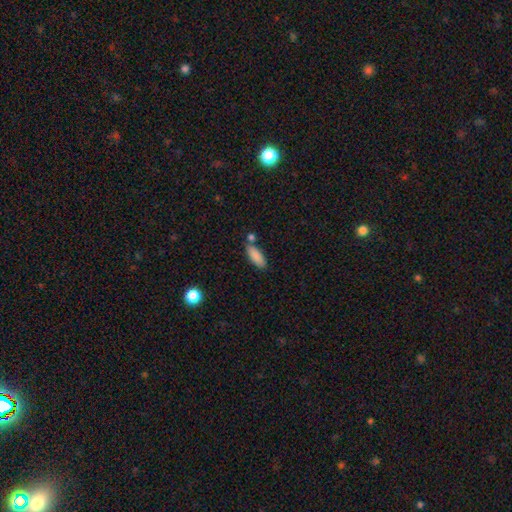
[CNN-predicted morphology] A smooth galaxy with no disk features (87%) that is in between round and cigar-shaped (72%).

Vote fractions:
- Smooth or featured? smooth: 87% / star or artifact: 7% / featured or disk: 6%
- How rounded? in between: 72% / cigar-shaped: 25% / round: 2%
- Merging? none: 72% / minor disturbance: 12% / merger: 12% / major disturbance: 3%